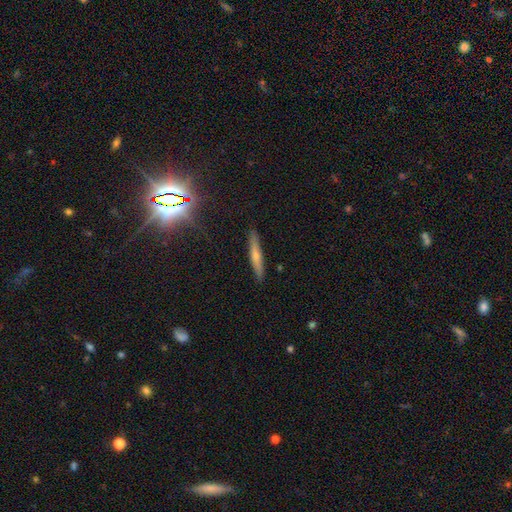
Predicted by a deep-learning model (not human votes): featured or disk 45%, smooth 41%, star or artifact 14%. Down the decision tree: merging — none (88%).